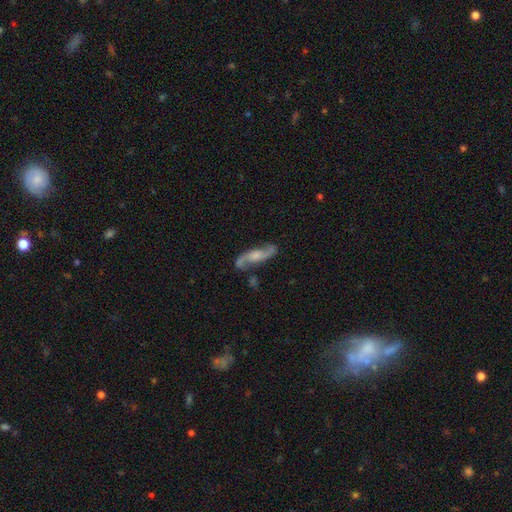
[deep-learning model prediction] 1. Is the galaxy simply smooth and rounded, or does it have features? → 79% featured or disk, 15% smooth, 6% star or artifact.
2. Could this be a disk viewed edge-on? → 84% no, 16% yes.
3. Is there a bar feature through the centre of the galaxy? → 53% no, 35% weak, 12% strong.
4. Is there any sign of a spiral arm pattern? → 94% yes, 6% no.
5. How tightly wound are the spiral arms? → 60% loose, 31% medium, 9% tight.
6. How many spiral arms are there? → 92% 2, 4% can't tell, 2% 1, 1% 3, 1% 4, 1% more than 4.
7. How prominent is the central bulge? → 43% moderate, 34% small, 12% none, 9% large, 2% dominant.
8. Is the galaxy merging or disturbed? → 72% none, 16% minor disturbance, 6% major disturbance, 5% merger.